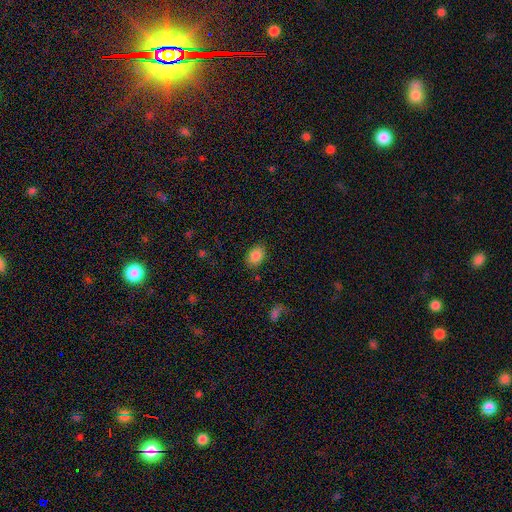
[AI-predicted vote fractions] This appears to be a smooth galaxy with no disk features (85%) that is in between round and cigar-shaped (77%). Merging: none (85%).